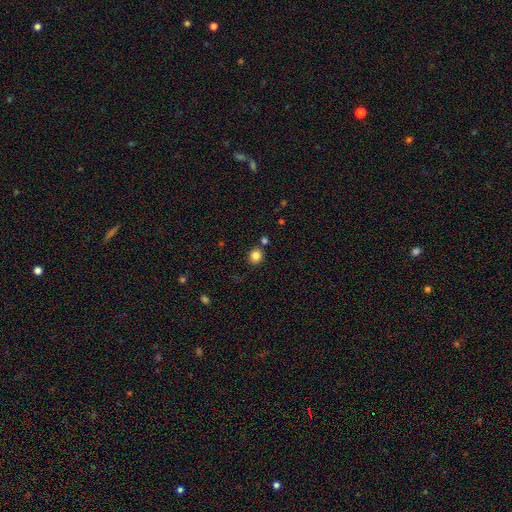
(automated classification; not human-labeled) smooth-or-featured: smooth: 84% | star or artifact: 12% | featured or disk: 5%
  how-rounded: round: 80% | in between: 19% | cigar-shaped: 1%
  merging: none: 83% | minor disturbance: 8% | merger: 6% | major disturbance: 2%